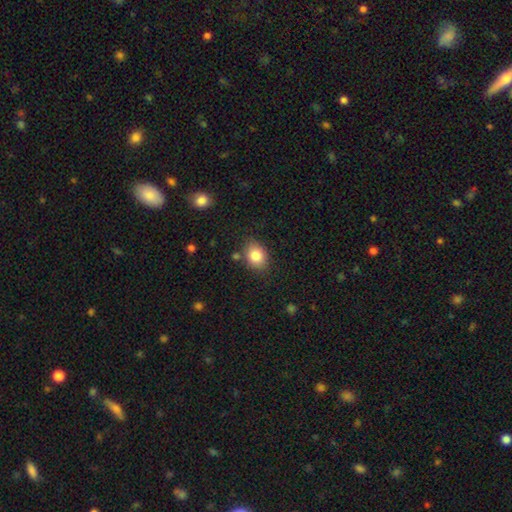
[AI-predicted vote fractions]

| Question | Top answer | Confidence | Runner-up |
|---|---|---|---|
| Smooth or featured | smooth | 85% | star or artifact (9%) |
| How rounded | in between | 63% | round (36%) |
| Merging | none | 78% | minor disturbance (14%) |